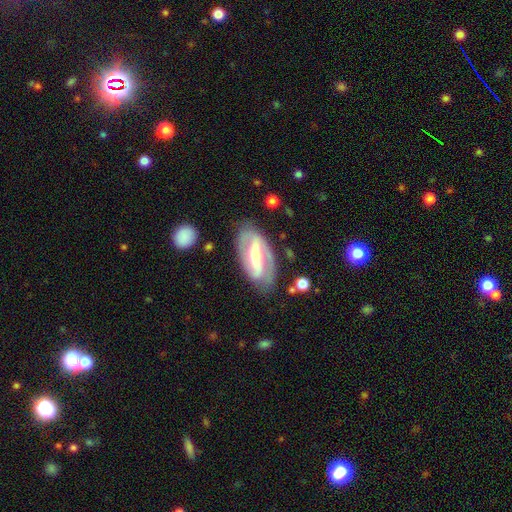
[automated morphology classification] Q: Smooth or featured?
A: featured or disk (80%); runner-up: smooth (15%)
Q: Edge-on disk?
A: no (92%); runner-up: yes (8%)
Q: Bar?
A: strong (72%); runner-up: weak (19%)
Q: Spiral arms?
A: yes (83%); runner-up: no (17%)
Q: Spiral winding?
A: medium (43%); runner-up: tight (37%)
Q: Spiral arm count?
A: 2 (84%); runner-up: can't tell (9%)
Q: Bulge size?
A: moderate (42%); runner-up: small (41%)
Q: Merging?
A: none (75%); runner-up: minor disturbance (16%)